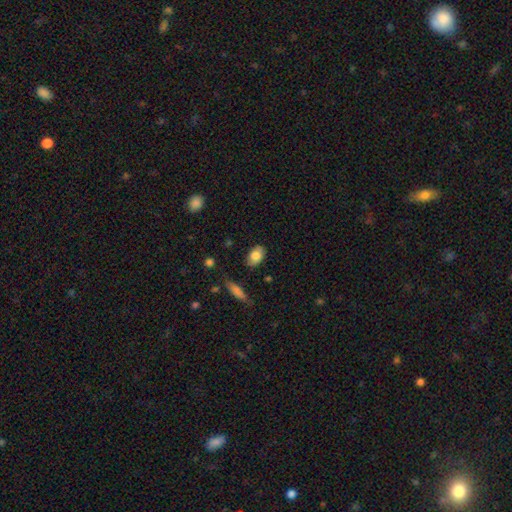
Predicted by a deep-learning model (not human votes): Overall: smooth (80%). How rounded: in between (88%). Merging: none (81%).